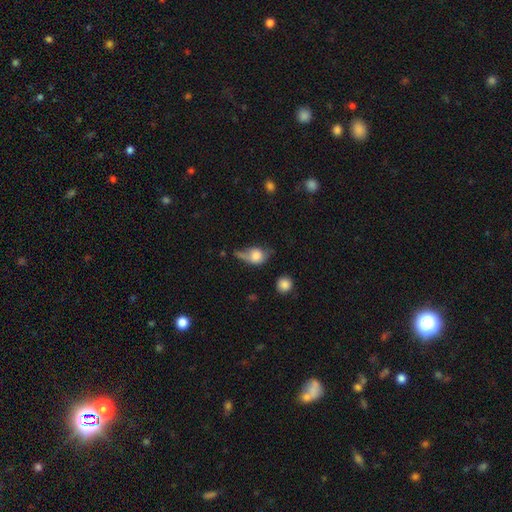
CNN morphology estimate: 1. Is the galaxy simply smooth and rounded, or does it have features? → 68% smooth, 22% featured or disk, 10% star or artifact.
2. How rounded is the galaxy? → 48% in between (tied), 48% round (tied), 4% cigar-shaped.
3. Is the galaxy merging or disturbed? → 33% none, 30% minor disturbance, 24% major disturbance, 13% merger.